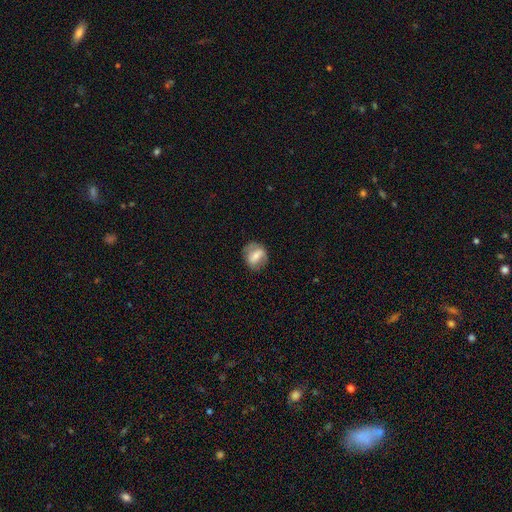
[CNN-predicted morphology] smooth-or-featured: smooth: 50% | featured or disk: 42% | star or artifact: 8%
  merging: none: 75% | minor disturbance: 17% | major disturbance: 7% | merger: 1%